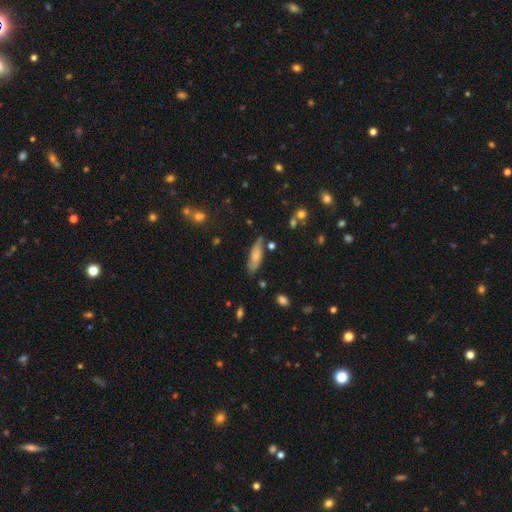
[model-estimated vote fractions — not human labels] Smooth or featured: smooth — 60% (featured or disk — 33%)
How rounded: in between — 60% (cigar-shaped — 38%)
Merging: none — 70% (minor disturbance — 22%)